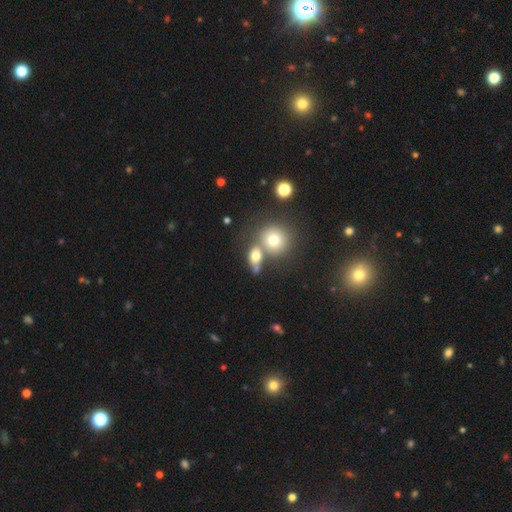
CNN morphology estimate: Smooth or featured: smooth — 69% (featured or disk — 19%)
How rounded: in between — 53% (round — 42%)
Merging: merger — 41% (none — 39%)